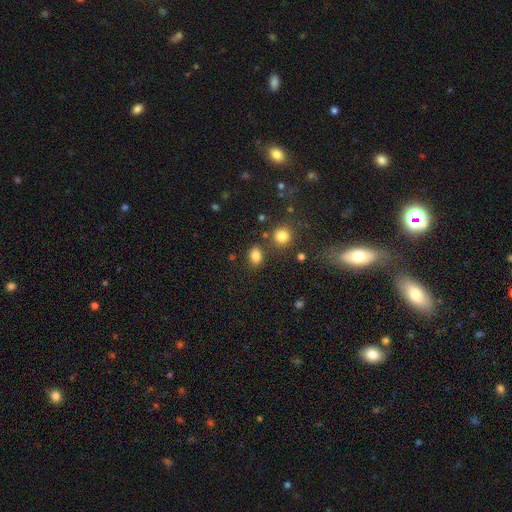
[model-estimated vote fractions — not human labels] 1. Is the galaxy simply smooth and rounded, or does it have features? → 83% smooth, 12% star or artifact, 5% featured or disk.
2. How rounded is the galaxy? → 71% in between, 27% round, 1% cigar-shaped.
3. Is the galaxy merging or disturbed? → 79% none, 11% minor disturbance, 7% merger, 3% major disturbance.